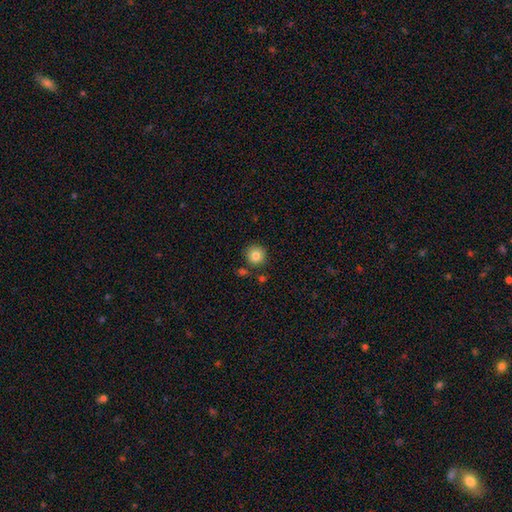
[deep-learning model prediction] Smooth or featured?
  - smooth: 82% *
  - star or artifact: 10%
  - featured or disk: 8%
How rounded?
  - round: 93% *
  - in between: 6%
  - cigar-shaped: 1%
Merging?
  - none: 83% *
  - minor disturbance: 9%
  - merger: 6%
  - major disturbance: 2%